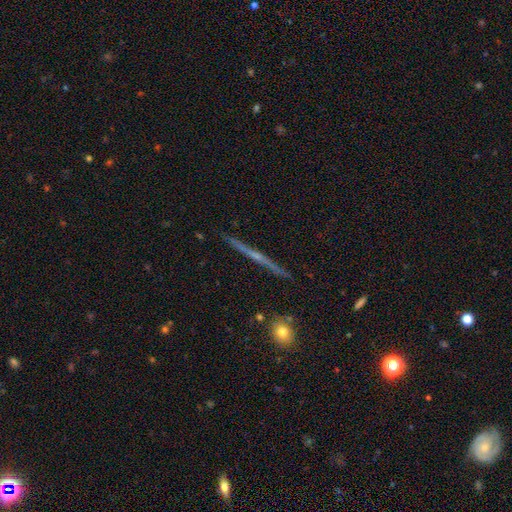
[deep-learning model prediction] The model was most divided on "edge-on bulge": rounded: 53%, none: 40%, boxy: 7%. More confident: edge-on disk — yes (98%); merging — none (91%); smooth or featured — featured or disk (77%).